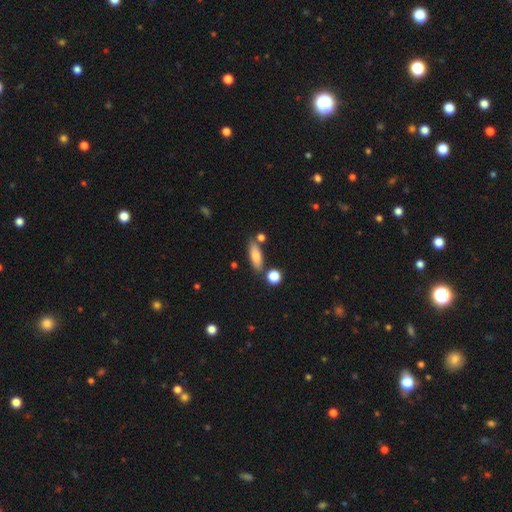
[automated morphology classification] The model was most divided on "how rounded": in between: 58%, cigar-shaped: 38%, round: 4%. More confident: smooth or featured — smooth (77%); merging — none (75%).